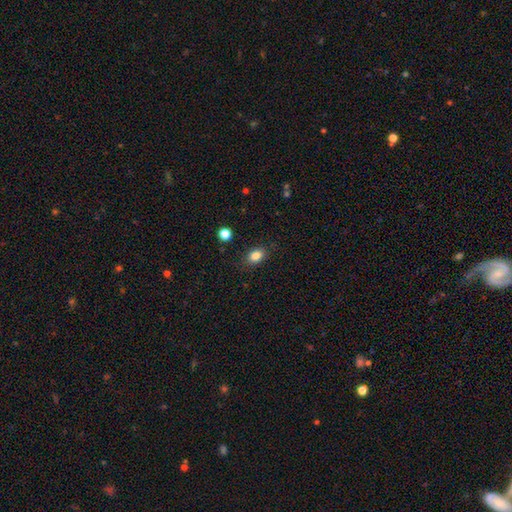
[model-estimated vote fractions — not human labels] Overall: smooth (84%). How rounded: in between (79%). Merging: none (83%).